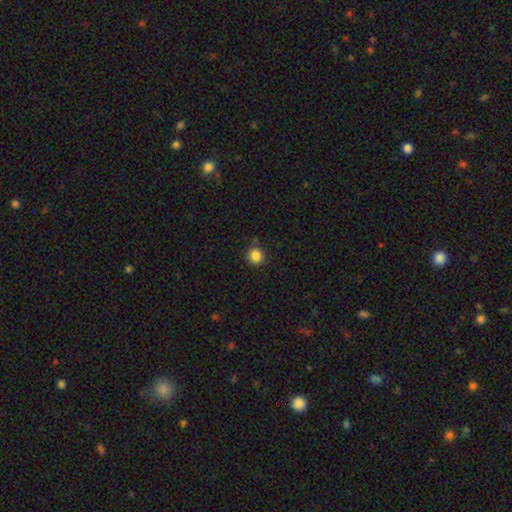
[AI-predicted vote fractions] A smooth galaxy with no disk features (85%) that is round (93%). Merging: none (88%).